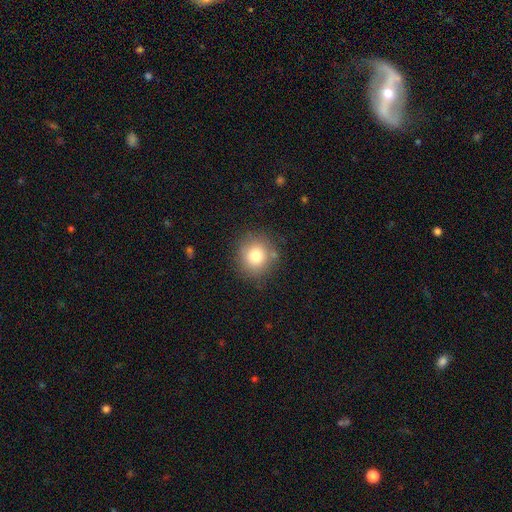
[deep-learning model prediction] A smooth galaxy with no disk features (79%) that is round (89%). Merging: none (82%).